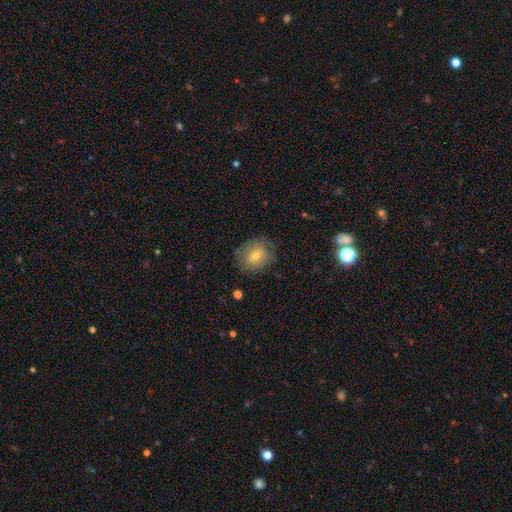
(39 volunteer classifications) Volunteers were most divided on "smooth or featured": smooth: 62%, featured or disk: 33%, star or artifact: 5%. More confident: merging — none (84%); how rounded — round (71%).